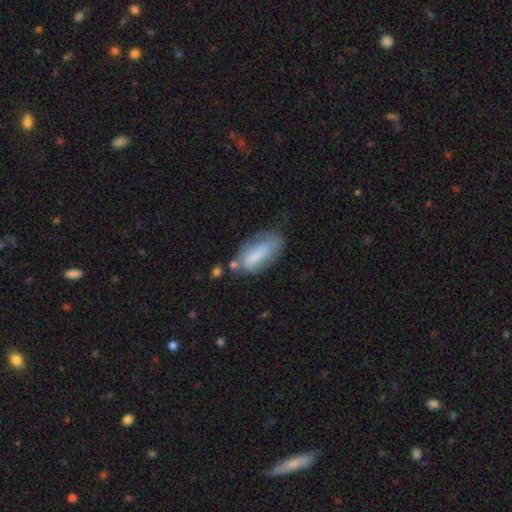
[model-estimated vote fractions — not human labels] The model was most divided on "merging": none: 50%, minor disturbance: 31%, major disturbance: 12%, merger: 7%. More confident: how rounded — in between (79%); smooth or featured — smooth (63%).